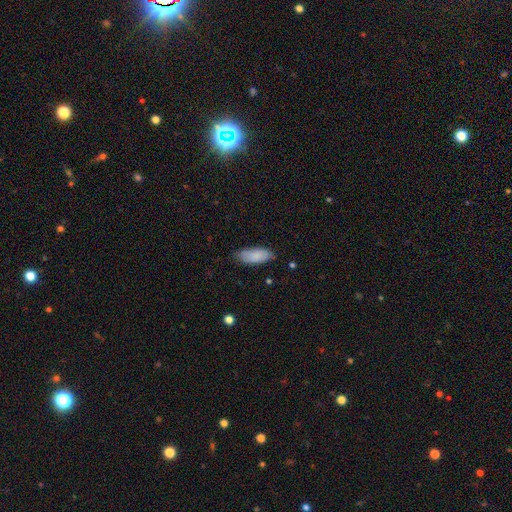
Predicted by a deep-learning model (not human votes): Q: Smooth or featured?
A: smooth (84%); runner-up: featured or disk (10%)
Q: How rounded?
A: in between (82%); runner-up: cigar-shaped (16%)
Q: Merging?
A: none (70%); runner-up: minor disturbance (24%)